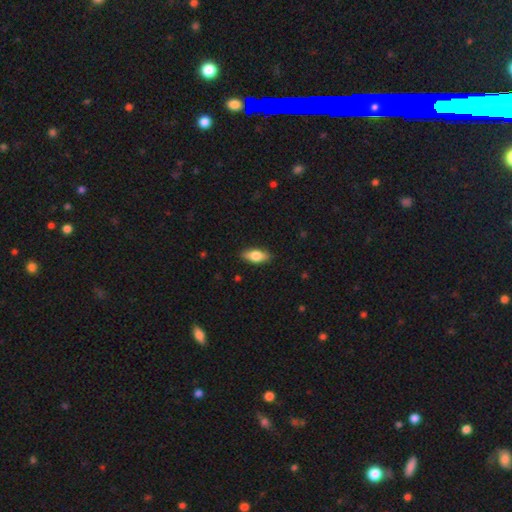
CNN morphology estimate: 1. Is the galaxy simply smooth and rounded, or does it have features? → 73% smooth, 21% featured or disk, 6% star or artifact.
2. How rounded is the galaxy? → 80% in between, 17% cigar-shaped, 3% round.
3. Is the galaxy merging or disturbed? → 88% none, 9% minor disturbance, 2% major disturbance, 1% merger.